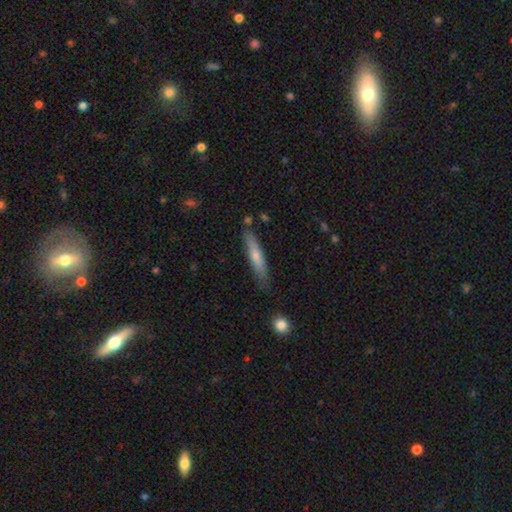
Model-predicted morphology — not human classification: smooth-or-featured: smooth: 62% | featured or disk: 32% | star or artifact: 6%
  how-rounded: cigar-shaped: 90% | in between: 9% | round: 1%
  merging: none: 81% | minor disturbance: 14% | merger: 3% | major disturbance: 2%